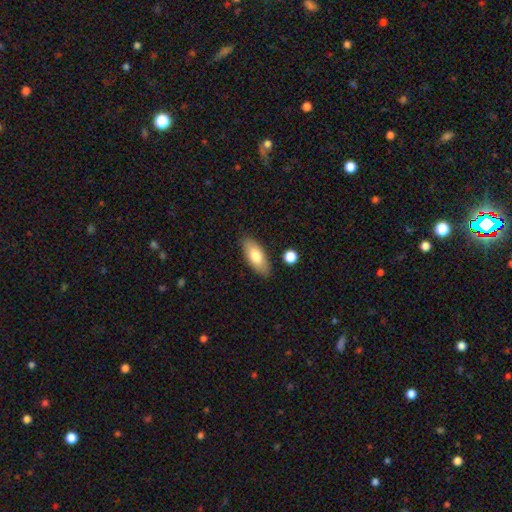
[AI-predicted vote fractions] smooth-or-featured: smooth: 75% | featured or disk: 19% | star or artifact: 6%
  how-rounded: in between: 82% | cigar-shaped: 16% | round: 3%
  merging: none: 85% | minor disturbance: 10% | merger: 3% | major disturbance: 2%